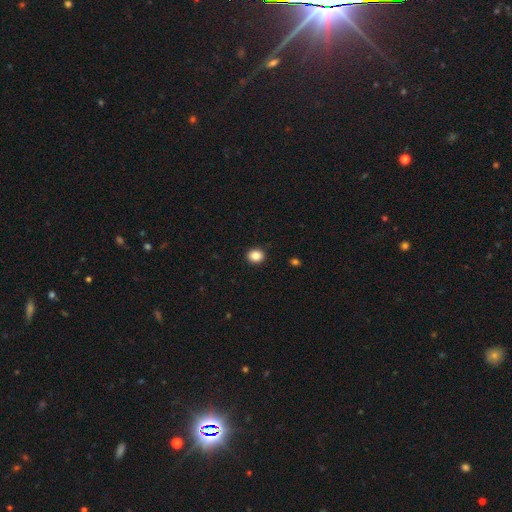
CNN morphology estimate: smooth-or-featured: smooth: 86% | star or artifact: 10% | featured or disk: 4%
  how-rounded: round: 71% | in between: 29% | cigar-shaped: 1%
  merging: none: 92% | minor disturbance: 5% | major disturbance: 2% | merger: 1%